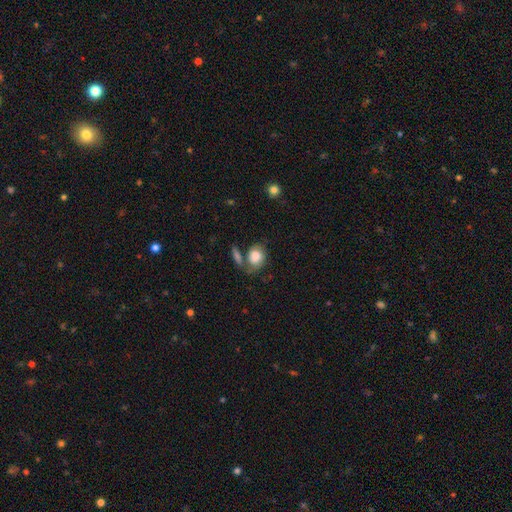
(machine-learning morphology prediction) smooth_or_featured: smooth (p=0.80) [alt: featured or disk p=0.13]
how_rounded: in between (p=0.61) [alt: round p=0.37]
merging: none (p=0.47) [alt: merger p=0.23]